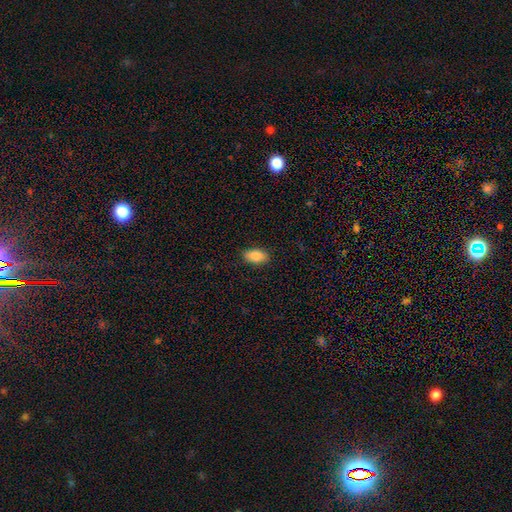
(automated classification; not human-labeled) Morphology: type=smooth (85%); roundness=in between (93%); merging=none (89%).